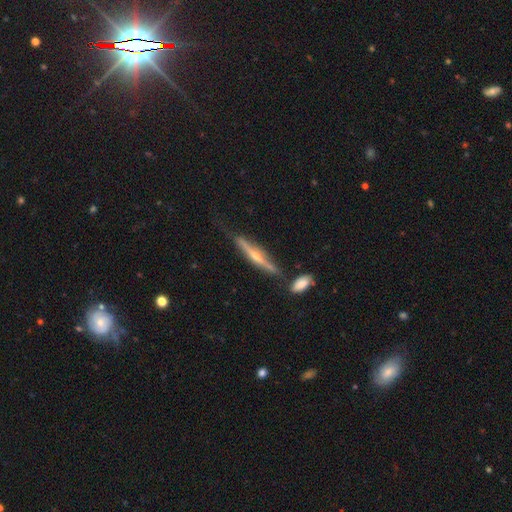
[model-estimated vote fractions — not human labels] Smooth or featured?
  - featured or disk: 76% *
  - smooth: 18%
  - star or artifact: 6%
Edge-on disk?
  - yes: 95% *
  - no: 5%
Edge-on bulge?
  - rounded: 87% *
  - none: 9%
  - boxy: 4%
Merging?
  - none: 66% *
  - minor disturbance: 19%
  - merger: 9%
  - major disturbance: 6%